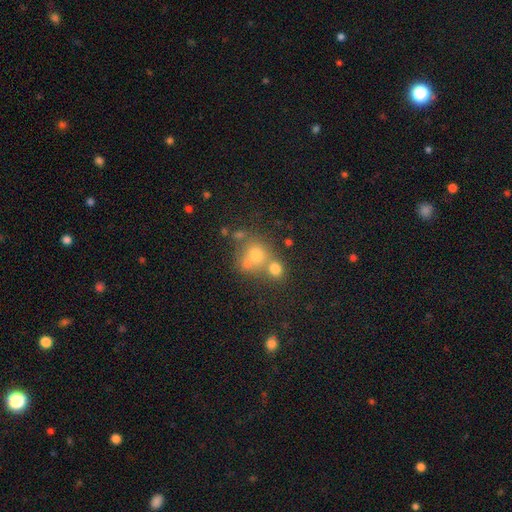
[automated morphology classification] Smooth or featured? Predicted: smooth (p=0.64). How rounded? Predicted: round (p=0.76). Merging? Predicted: merger (p=0.44).